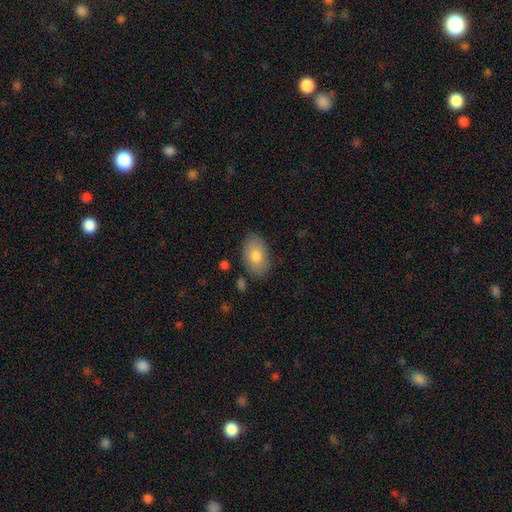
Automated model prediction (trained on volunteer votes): Smooth or featured? Predicted: smooth (p=0.79). How rounded? Predicted: in between (p=0.91). Merging? Predicted: none (p=0.83).